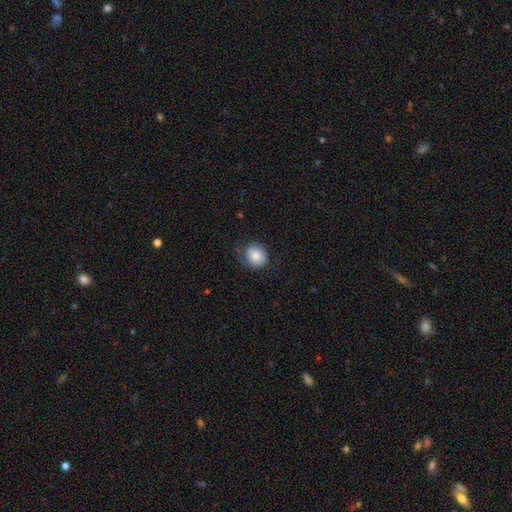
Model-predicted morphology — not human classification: This is likely a smooth galaxy (79%). How rounded: likely round (71%). Merging: likely none (67%).